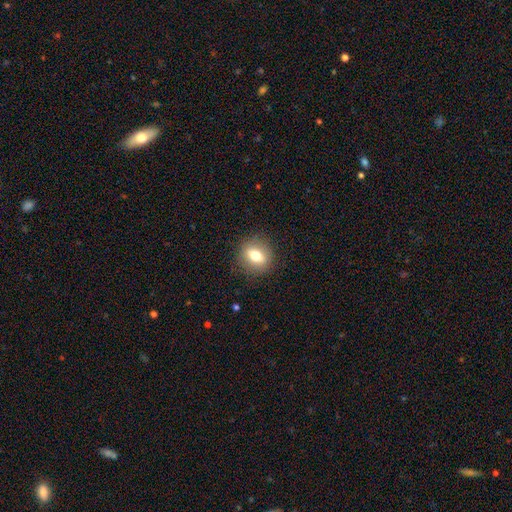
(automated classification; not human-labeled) smooth-or-featured: smooth: 68% | featured or disk: 23% | star or artifact: 10%
  how-rounded: round: 62% | in between: 35% | cigar-shaped: 3%
  merging: none: 87% | minor disturbance: 9% | major disturbance: 3% | merger: 1%